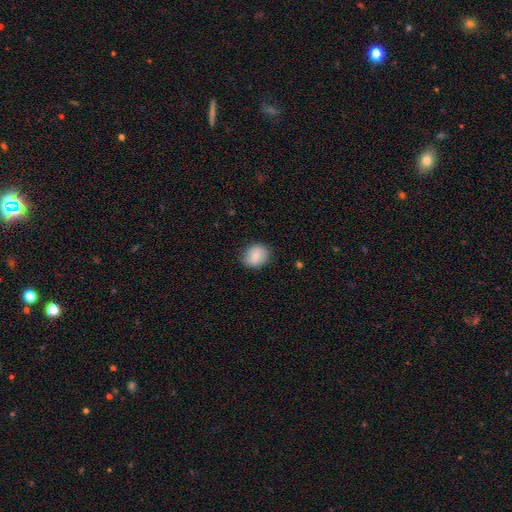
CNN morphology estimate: Smooth or featured: smooth — 78% (featured or disk — 14%)
How rounded: round — 63% (in between — 36%)
Merging: none — 82% (minor disturbance — 14%)